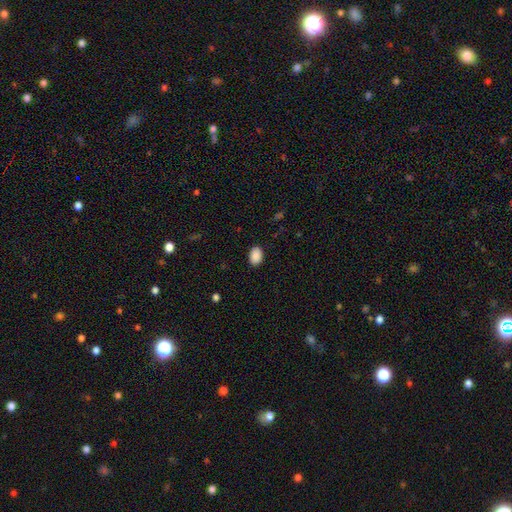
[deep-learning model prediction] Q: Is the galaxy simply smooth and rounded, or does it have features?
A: smooth — 90%.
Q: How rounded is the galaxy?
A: in between — 83%.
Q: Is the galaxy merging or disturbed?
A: none — 88%.